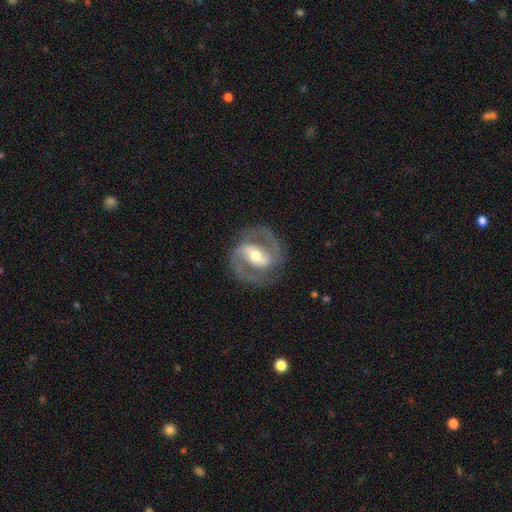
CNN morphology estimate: A featured or disk galaxy (89%) with a strong bar (50%), 2 (92%) medium (58%) spiral arms (95%) and a moderate central bulge (69%). Merging: none (83%).